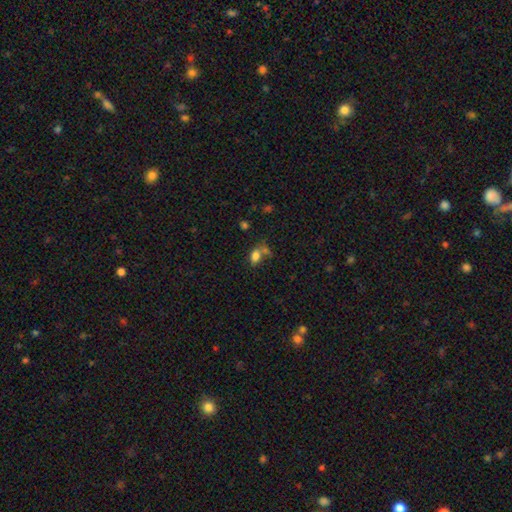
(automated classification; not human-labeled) Smooth or featured? Predicted: smooth (p=0.79). How rounded? Predicted: in between (p=0.83). Merging? Predicted: none (p=0.44).